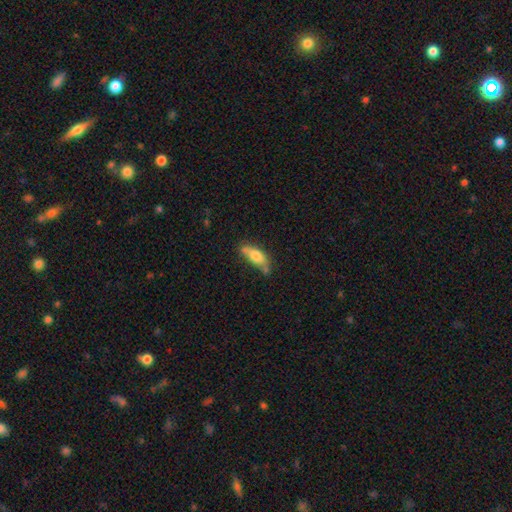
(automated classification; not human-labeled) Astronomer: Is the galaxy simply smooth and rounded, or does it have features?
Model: smooth — 73%.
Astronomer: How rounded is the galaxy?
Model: in between — 71%.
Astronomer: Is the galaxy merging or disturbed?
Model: none — 48% (runner-up: minor disturbance, 27%).